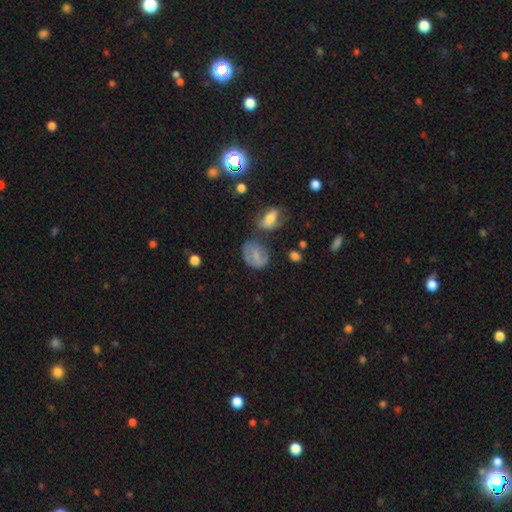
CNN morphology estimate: Smooth or featured? Predicted: smooth (p=0.57). How rounded? Predicted: in between (p=0.55). Merging? Predicted: none (p=0.52).